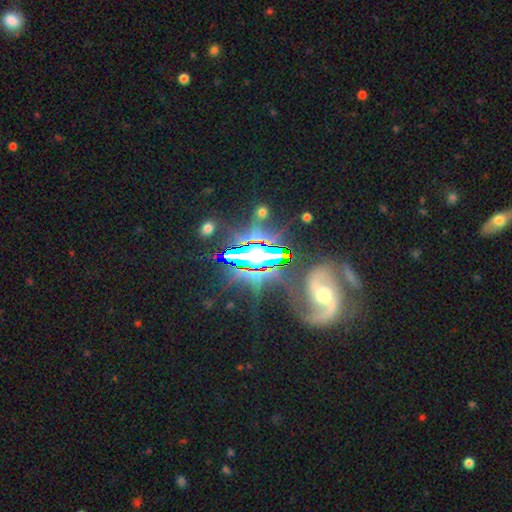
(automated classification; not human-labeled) Smooth or featured?
  - star or artifact: 57% *
  - featured or disk: 29%
  - smooth: 14%